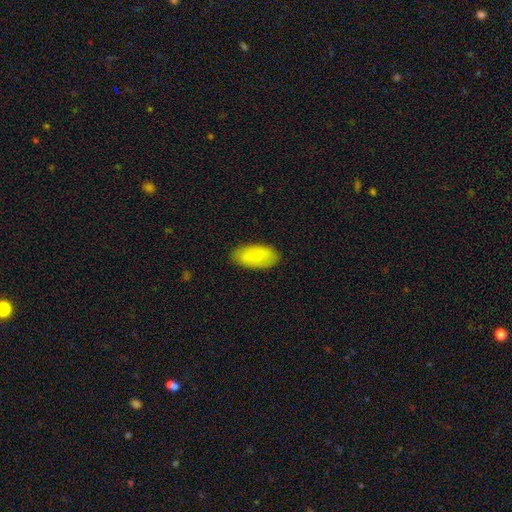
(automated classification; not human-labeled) Overall: smooth (78%). How rounded: in between (93%). Merging: none (84%).